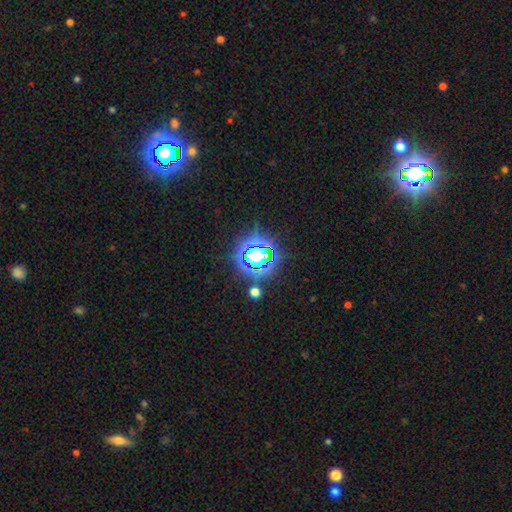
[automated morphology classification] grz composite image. It shows a star or artifact, not a galaxy (69%).